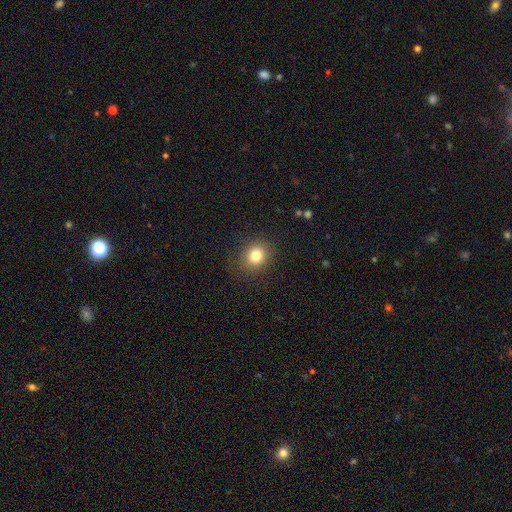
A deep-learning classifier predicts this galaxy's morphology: Overall: smooth (81%). How rounded: round (74%). Merging: none (87%).